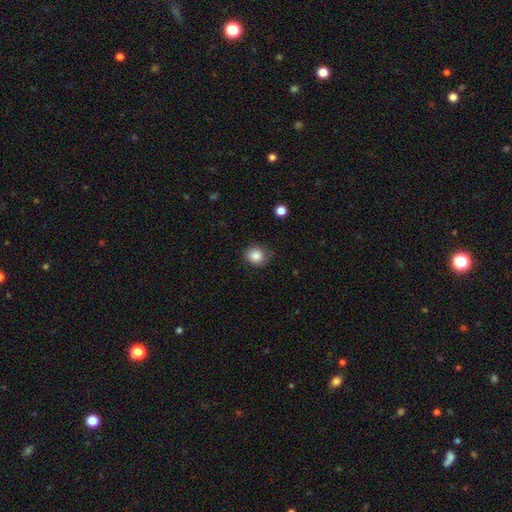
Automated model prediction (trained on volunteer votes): smooth 85%, star or artifact 10%, featured or disk 5%. Down the decision tree: how rounded — round (79%); merging — none (78%).